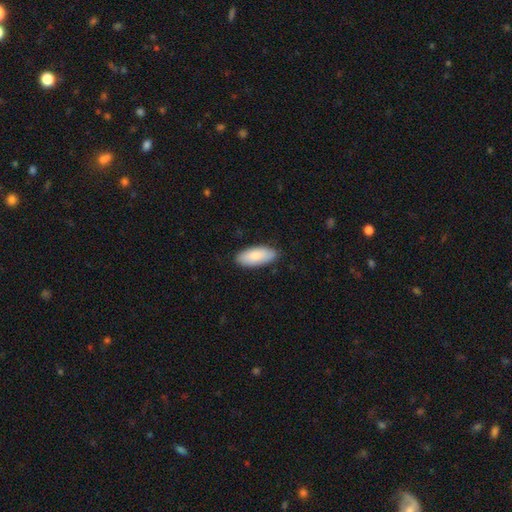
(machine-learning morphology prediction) Smooth or featured? Predicted: smooth (p=0.85). How rounded? Predicted: in between (p=0.87). Merging? Predicted: none (p=0.86).